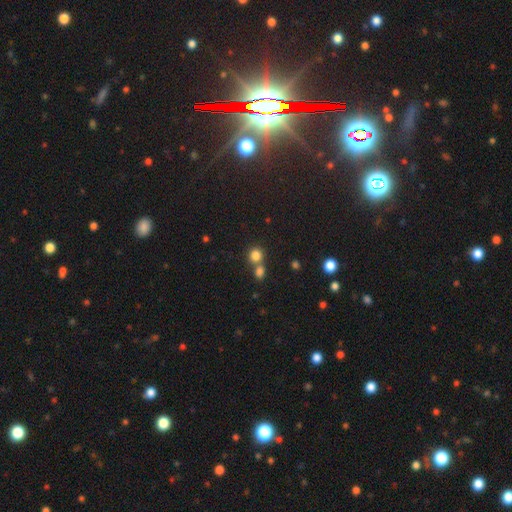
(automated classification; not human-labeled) smooth_or_featured: smooth (p=0.81) [alt: star or artifact p=0.13]
how_rounded: round (p=0.86) [alt: in between p=0.13]
merging: none (p=0.51) [alt: merger p=0.40]